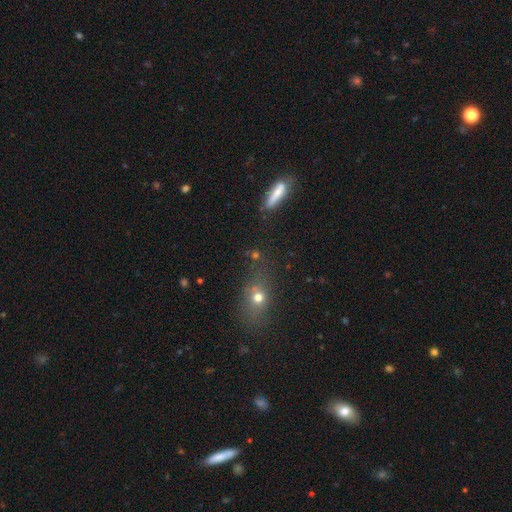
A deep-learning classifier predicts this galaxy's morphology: smooth 56%, star or artifact 26%, featured or disk 17%. Down the decision tree: how rounded — round (39%); merging — none (67%).